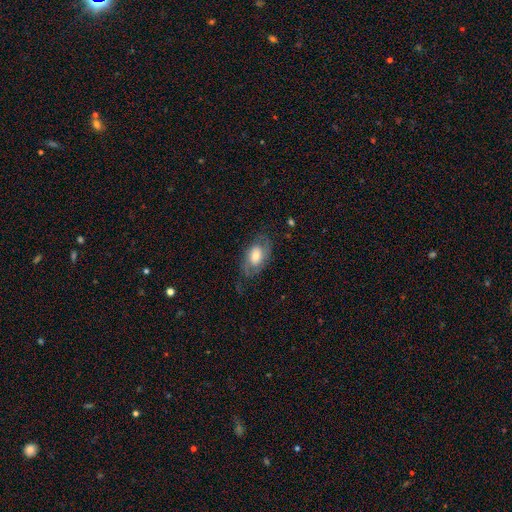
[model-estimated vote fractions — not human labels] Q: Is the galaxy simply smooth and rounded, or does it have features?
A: featured or disk — 54%.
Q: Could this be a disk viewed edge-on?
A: no — 93%.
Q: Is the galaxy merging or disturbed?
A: none — 65%.